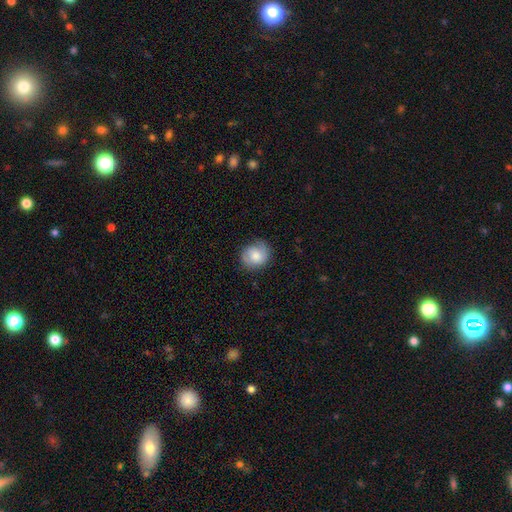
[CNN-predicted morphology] A smooth galaxy with no disk features (70%) that is round (75%).

Vote fractions:
- Smooth or featured? smooth: 70% / featured or disk: 22% / star or artifact: 8%
- How rounded? round: 75% / in between: 24% / cigar-shaped: 1%
- Merging? none: 74% / minor disturbance: 20% / major disturbance: 5% / merger: 1%